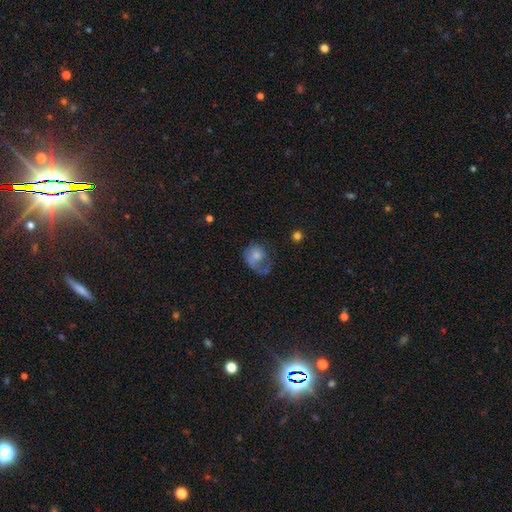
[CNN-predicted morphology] Overall: smooth (60%; featured or disk 31%). How rounded: round (60%; in between 39%). Merging: major disturbance (41%; none 28%).